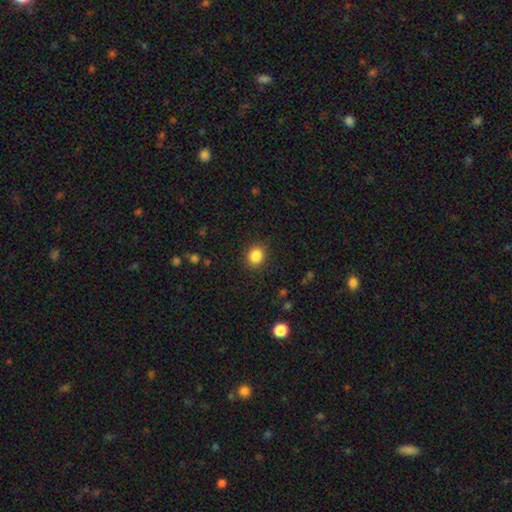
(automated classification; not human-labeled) Smooth or featured?
  - smooth: 86% *
  - star or artifact: 10%
  - featured or disk: 4%
How rounded?
  - round: 78% *
  - in between: 21%
  - cigar-shaped: 1%
Merging?
  - none: 87% *
  - minor disturbance: 9%
  - major disturbance: 3%
  - merger: 1%